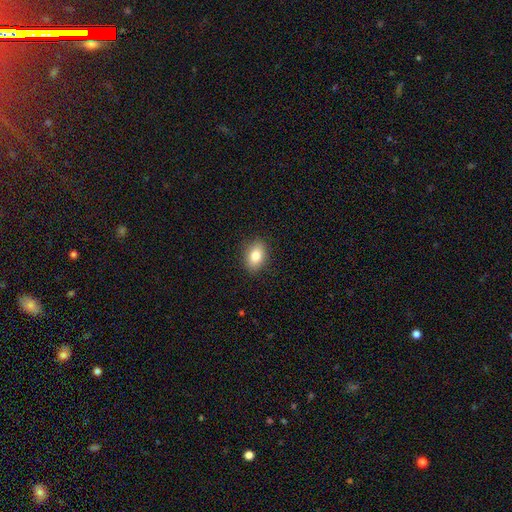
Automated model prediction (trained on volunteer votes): smooth-or-featured: smooth: 82% | featured or disk: 10% | star or artifact: 8%
  how-rounded: in between: 81% | round: 17% | cigar-shaped: 2%
  merging: none: 88% | minor disturbance: 9% | major disturbance: 2% | merger: 1%